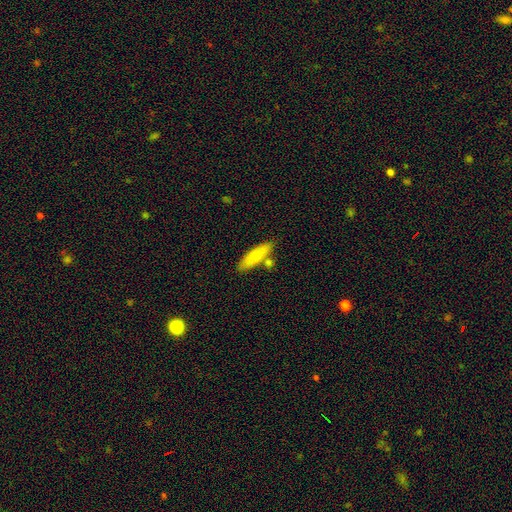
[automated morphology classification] Smooth or featured: smooth — 64% (featured or disk — 30%)
How rounded: cigar-shaped — 54% (in between — 43%)
Merging: none — 73% (minor disturbance — 13%)